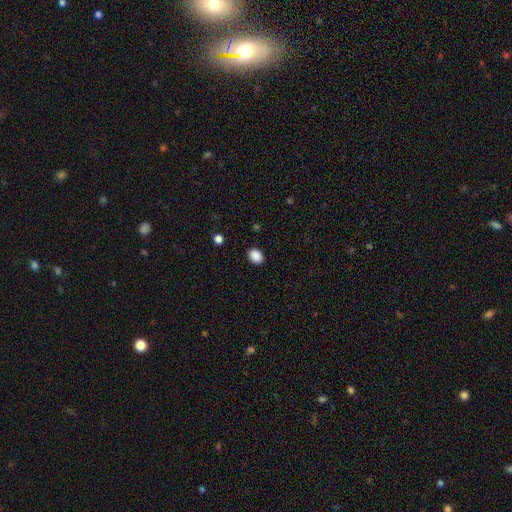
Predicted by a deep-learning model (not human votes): Overall: smooth (88%). How rounded: in between (61%; round 38%). Merging: none (89%).